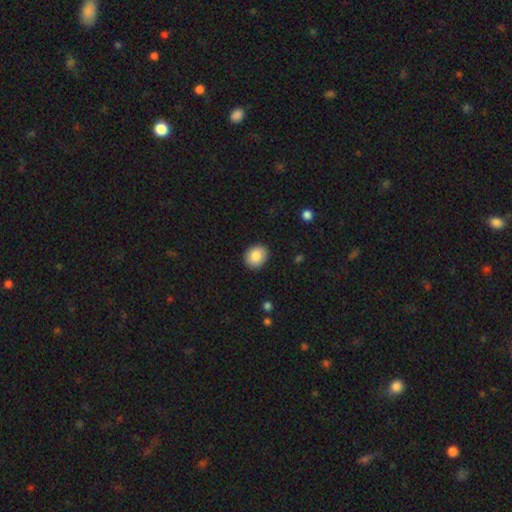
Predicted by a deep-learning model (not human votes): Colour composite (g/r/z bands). It shows a smooth galaxy with no disk features (86%) that is round (57%). Merging: none (89%).